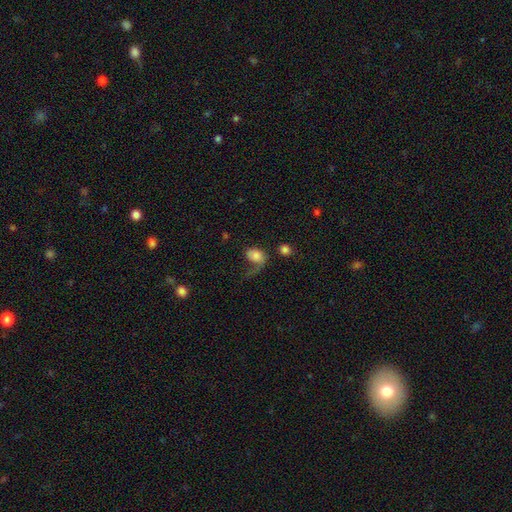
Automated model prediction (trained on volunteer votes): A smooth galaxy with no disk features (65%) that is in between round and cigar-shaped (66%). Merging: major disturbance (48%).